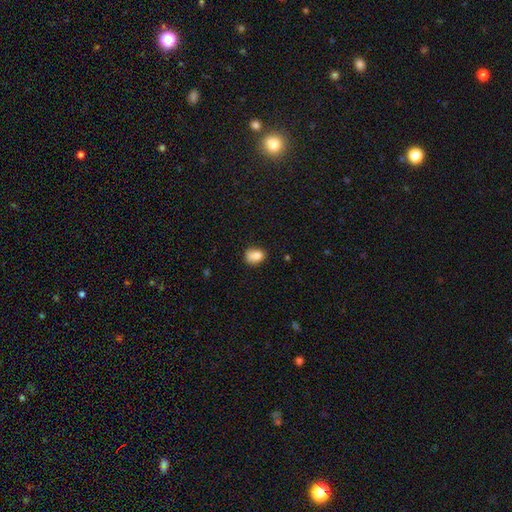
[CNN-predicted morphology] Smooth or featured: smooth — 82% (star or artifact — 10%)
How rounded: in between — 65% (round — 34%)
Merging: none — 58% (minor disturbance — 29%)